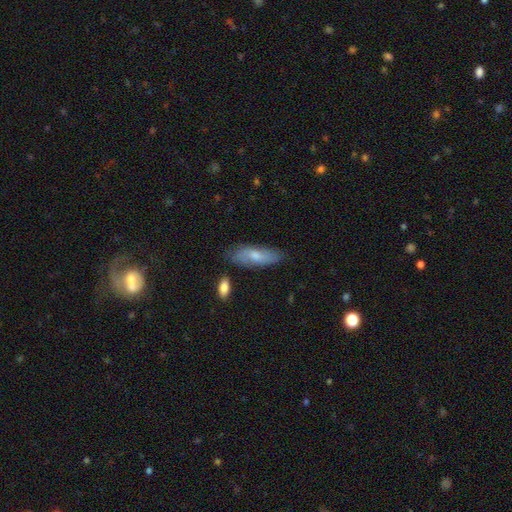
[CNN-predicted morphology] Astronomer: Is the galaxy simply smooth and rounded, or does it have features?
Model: smooth — 64%.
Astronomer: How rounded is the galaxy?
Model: in between — 60% (runner-up: cigar-shaped, 38%).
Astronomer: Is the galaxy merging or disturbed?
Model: none — 75%.